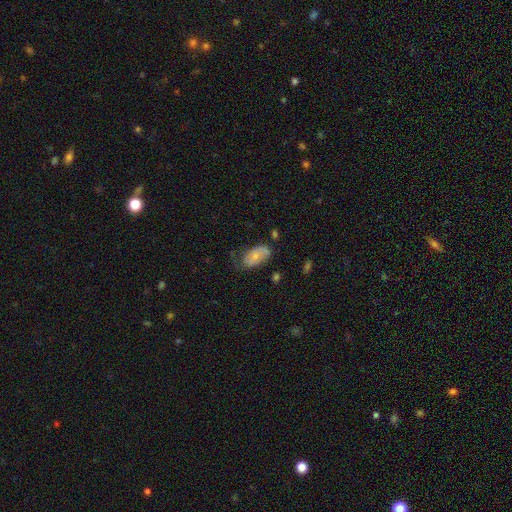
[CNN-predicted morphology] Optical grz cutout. It shows a smooth galaxy with no disk features (62%) that is in between round and cigar-shaped (93%). Merging: none (52%).